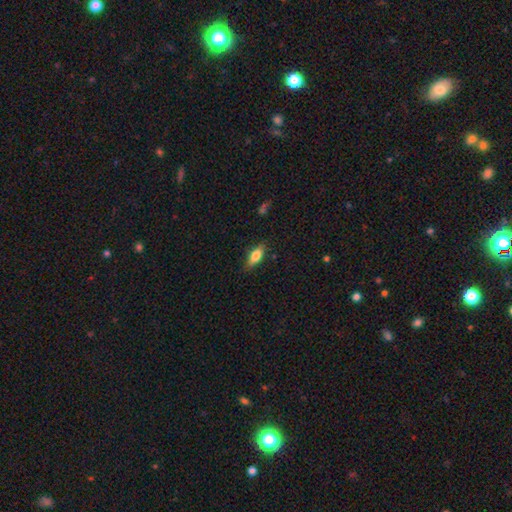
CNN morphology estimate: This is likely a smooth galaxy (78%). How rounded: likely in between (77%). Merging: clearly none (81%).